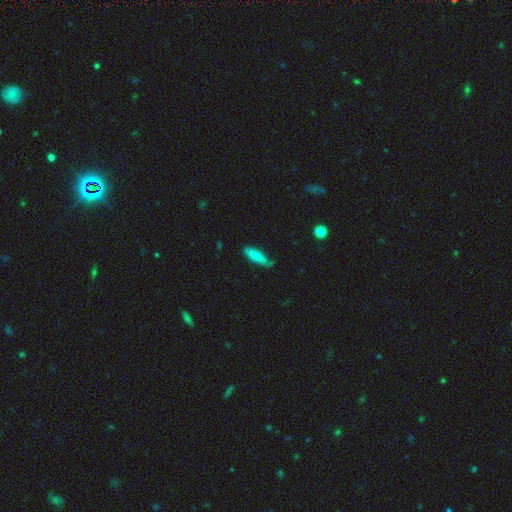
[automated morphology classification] A smooth galaxy with no disk features (82%) that is cigar-shaped (67%). Merging: none (64%).